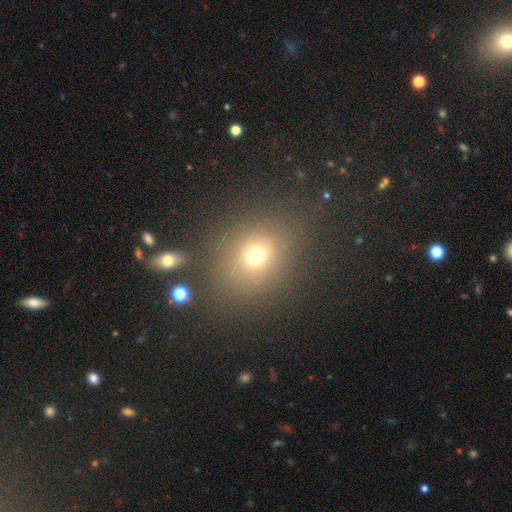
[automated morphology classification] This appears to be a smooth galaxy with no disk features (65%) that is round (62%). Merging: none (59%).